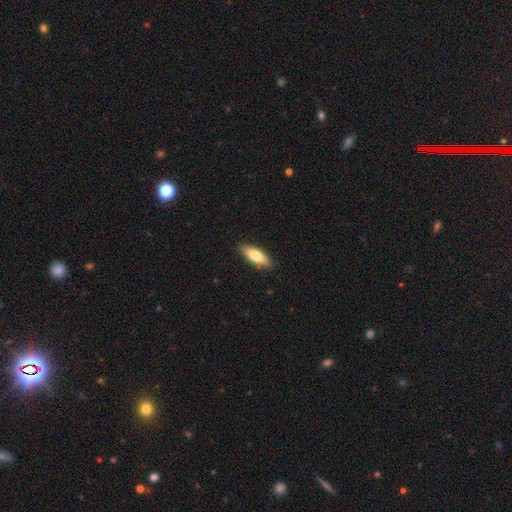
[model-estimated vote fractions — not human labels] Smooth or featured? Predicted: smooth (p=0.72). How rounded? Predicted: in between (p=0.60). Merging? Predicted: none (p=0.88).